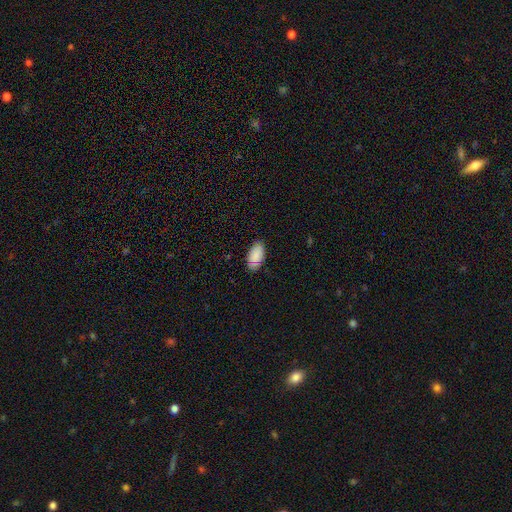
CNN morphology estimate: Q: Smooth or featured?
A: smooth (85%); runner-up: featured or disk (8%)
Q: How rounded?
A: in between (95%); runner-up: round (3%)
Q: Merging?
A: none (80%); runner-up: minor disturbance (16%)